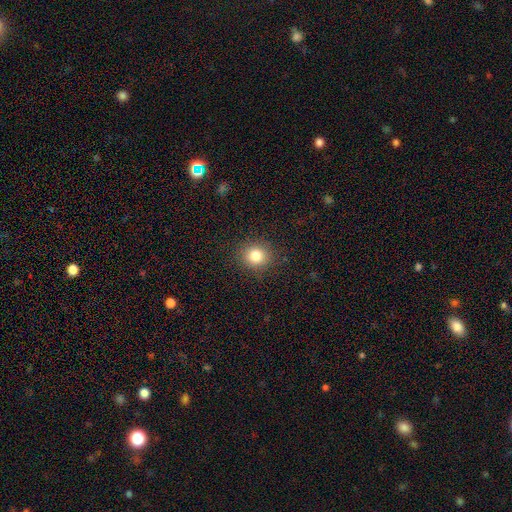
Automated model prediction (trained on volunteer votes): Overall: smooth (82%). How rounded: round (84%). Merging: none (89%).